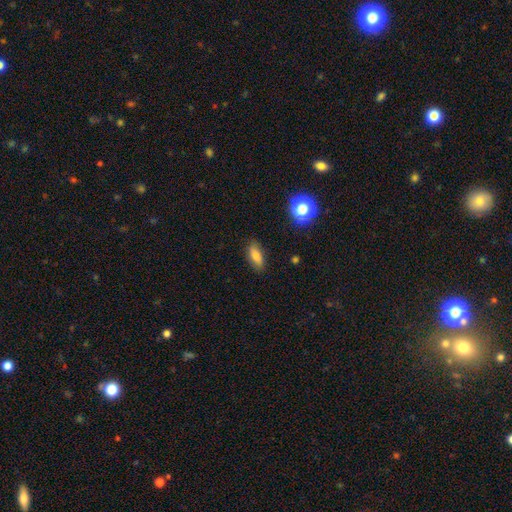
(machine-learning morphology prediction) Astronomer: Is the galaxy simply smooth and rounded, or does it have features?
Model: smooth — 80%.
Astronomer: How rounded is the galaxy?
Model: in between — 80%.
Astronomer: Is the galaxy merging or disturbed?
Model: none — 84%.